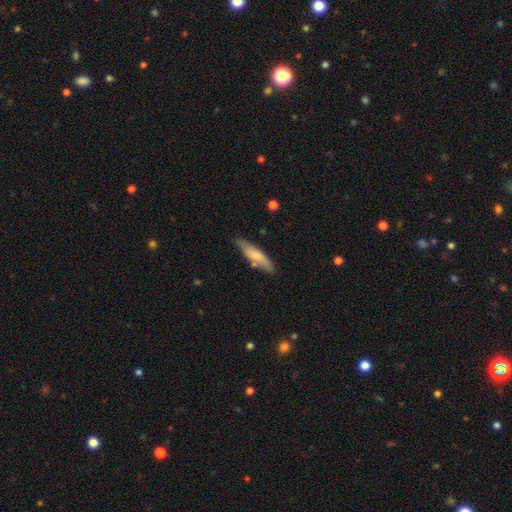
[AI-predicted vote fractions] This is likely a smooth galaxy (68%). How rounded: likely cigar-shaped (68%). Merging: likely none (76%).